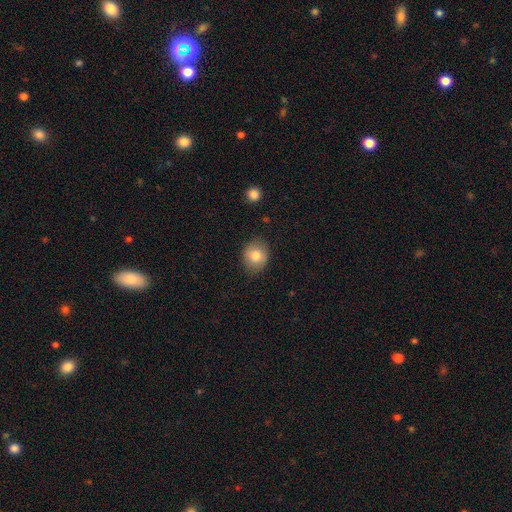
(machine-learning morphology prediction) A smooth galaxy with no disk features (80%) that is round (68%). Merging: none (85%).